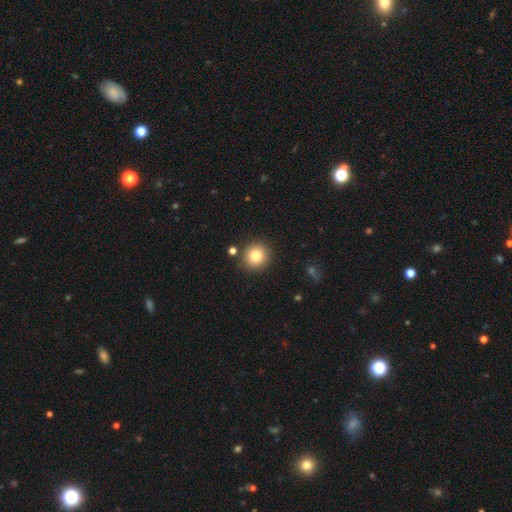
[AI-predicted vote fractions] This is clearly a smooth galaxy (81%). How rounded: clearly round (92%). Merging: clearly none (87%).